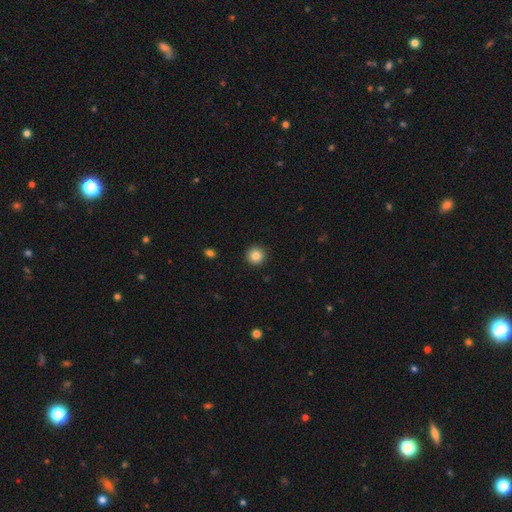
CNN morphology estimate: This appears to be a smooth galaxy with no disk features (85%) that is round (96%). Merging: none (93%).